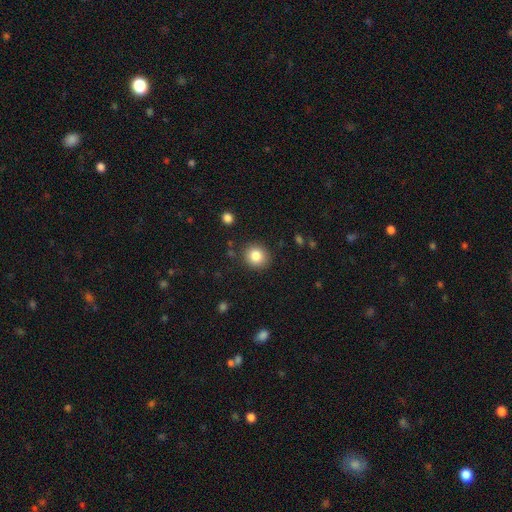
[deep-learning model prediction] Smooth or featured? Predicted: smooth (p=0.84). How rounded? Predicted: round (p=0.86). Merging? Predicted: none (p=0.88).